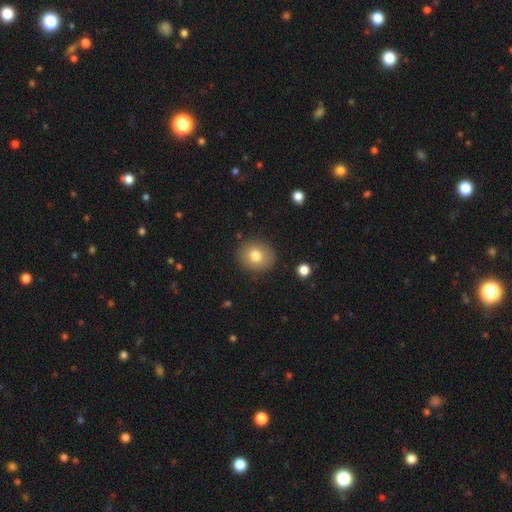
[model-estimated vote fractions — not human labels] smooth_or_featured: smooth (p=0.78) [alt: featured or disk p=0.12]
how_rounded: round (p=0.71) [alt: in between p=0.28]
merging: none (p=0.88) [alt: minor disturbance p=0.08]